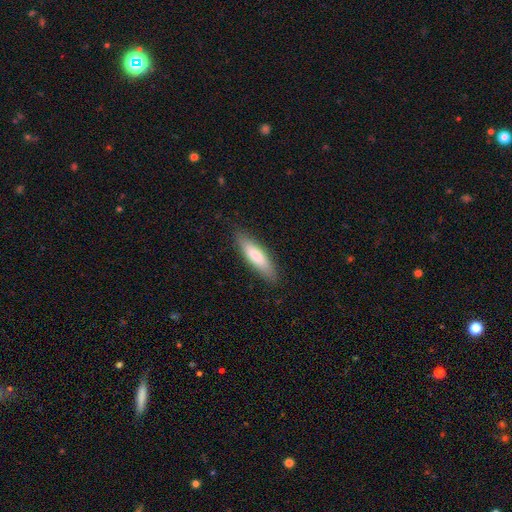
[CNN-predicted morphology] smooth_or_featured: smooth (p=0.77) [alt: featured or disk p=0.17]
how_rounded: cigar-shaped (p=0.65) [alt: in between p=0.33]
merging: none (p=0.87) [alt: minor disturbance p=0.10]